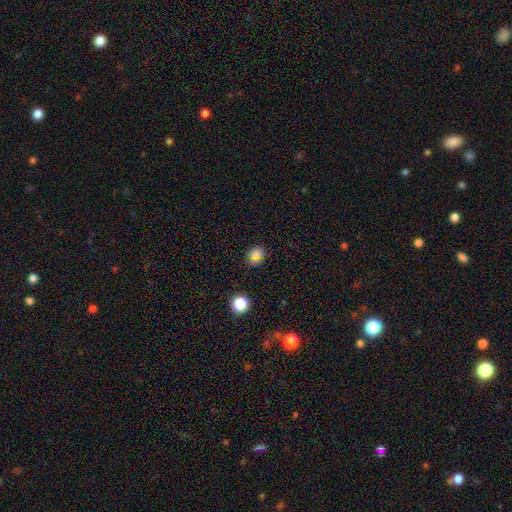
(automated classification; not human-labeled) Morphology: type=smooth (67%); roundness=round (84%); merging=none (87%).